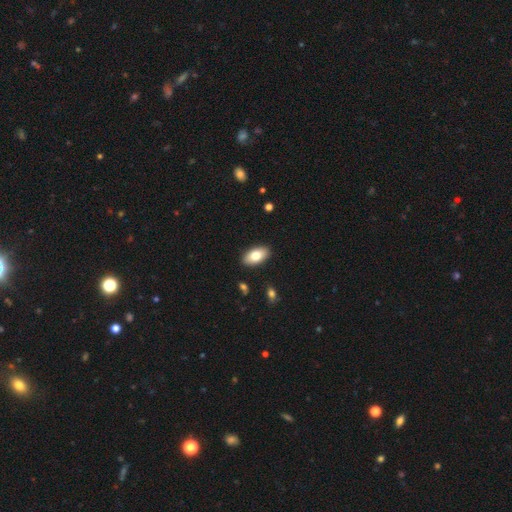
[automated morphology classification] A smooth galaxy with no disk features (79%) that is in between round and cigar-shaped (94%).

Vote fractions:
- Smooth or featured? smooth: 79% / featured or disk: 15% / star or artifact: 7%
- How rounded? in between: 94% / round: 3% / cigar-shaped: 3%
- Merging? none: 90% / minor disturbance: 7% / major disturbance: 2% / merger: 1%